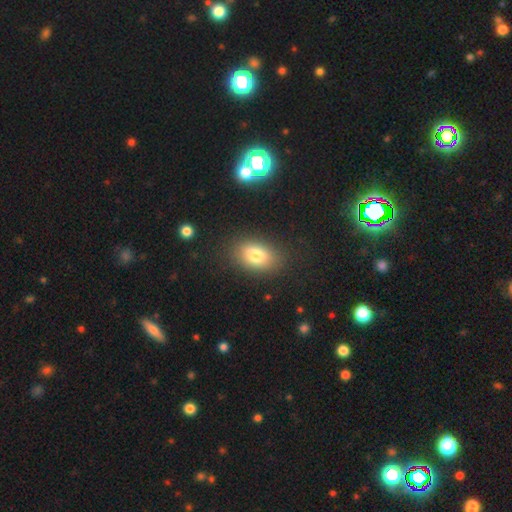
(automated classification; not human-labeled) This is likely a smooth galaxy (77%). How rounded: clearly in between (84%). Merging: clearly none (84%).